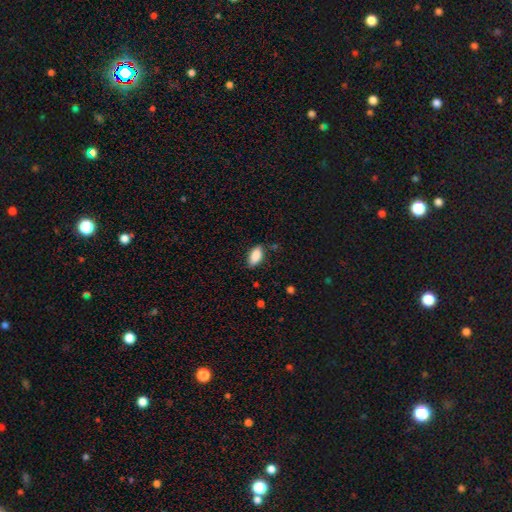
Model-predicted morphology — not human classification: smooth-or-featured: smooth: 88% | star or artifact: 7% | featured or disk: 6%
  how-rounded: in between: 90% | cigar-shaped: 7% | round: 3%
  merging: none: 80% | minor disturbance: 15% | major disturbance: 3% | merger: 2%